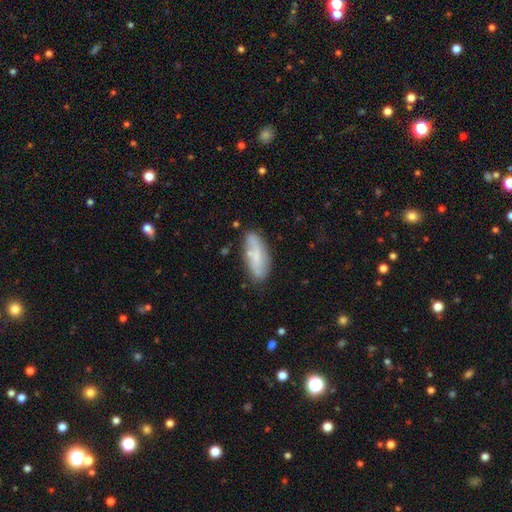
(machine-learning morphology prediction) smooth-or-featured: smooth: 53% | featured or disk: 39% | star or artifact: 8%
  how-rounded: in between: 70% | cigar-shaped: 27% | round: 2%
  merging: none: 72% | minor disturbance: 19% | major disturbance: 5% | merger: 4%